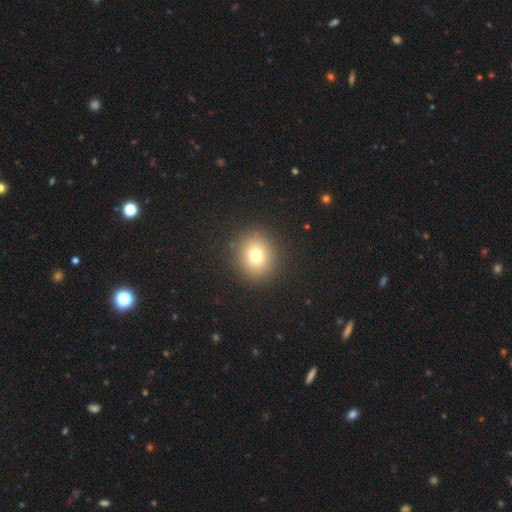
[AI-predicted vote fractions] This is likely a smooth galaxy (74%). How rounded: clearly round (85%). Merging: clearly none (90%).